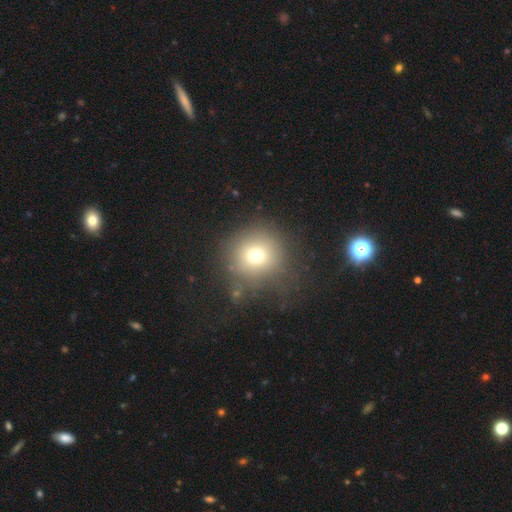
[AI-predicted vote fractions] Smooth or featured? smooth (70%)
How rounded? round (93%)
Merging? none (74%)